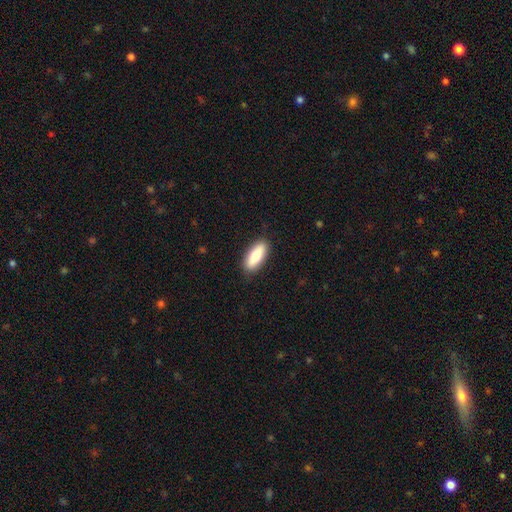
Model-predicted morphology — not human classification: A smooth galaxy with no disk features (79%) that is in between round and cigar-shaped (69%). Merging: none (88%).